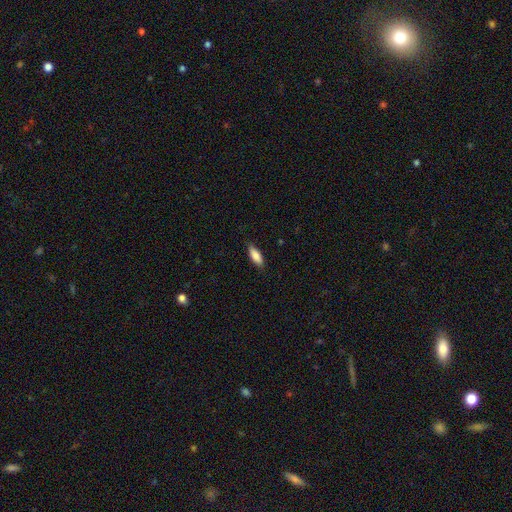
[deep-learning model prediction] Smooth or featured? smooth (85%)
How rounded? in between (69%)
Merging? none (85%)